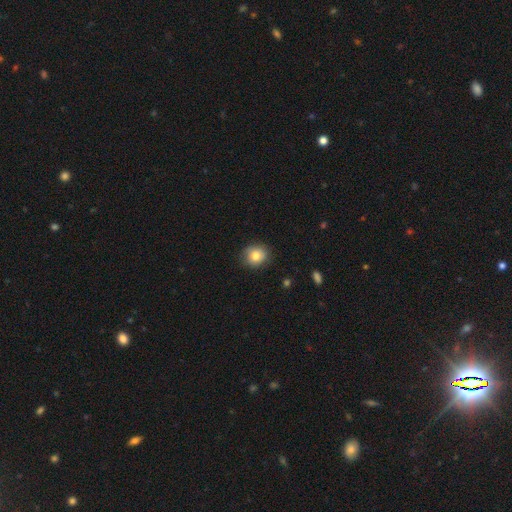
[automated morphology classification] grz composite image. It shows a smooth galaxy with no disk features (80%) that is round (76%). Merging: none (83%).